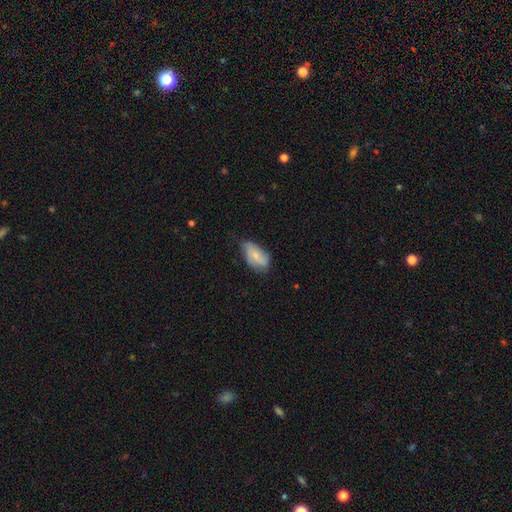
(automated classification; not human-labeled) Morphology: type=smooth (66%); roundness=in between (92%); merging=none (53%).